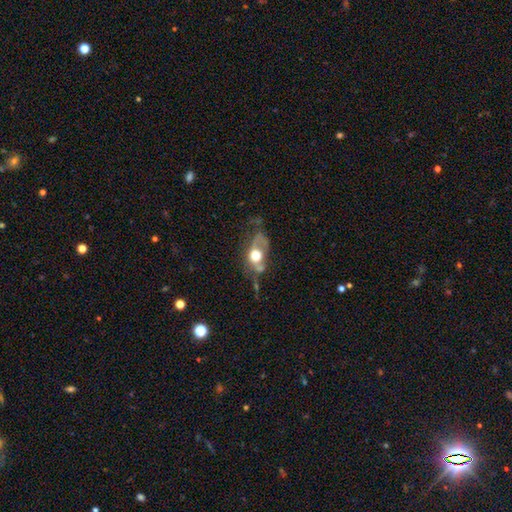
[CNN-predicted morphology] This appears to be a smooth galaxy with no disk features (48%). Merging: major disturbance (35%).